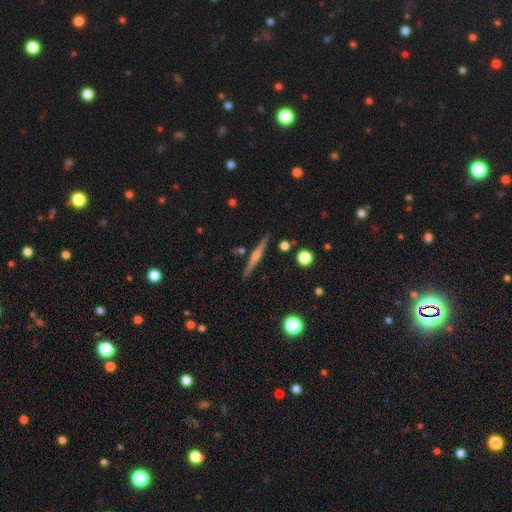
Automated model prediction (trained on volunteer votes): Smooth or featured? featured or disk (68%)
Edge-on disk? yes (98%)
Edge-on bulge? rounded (69%)
Merging? none (89%)